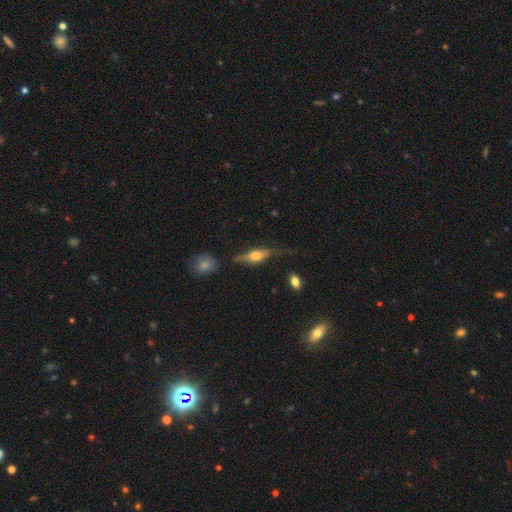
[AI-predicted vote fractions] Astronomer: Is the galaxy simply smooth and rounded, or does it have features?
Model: featured or disk — 56% (runner-up: smooth, 36%).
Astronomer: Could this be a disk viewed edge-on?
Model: yes — 90%.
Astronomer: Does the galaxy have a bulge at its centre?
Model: rounded — 90%.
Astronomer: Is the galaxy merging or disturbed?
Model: none — 63%.